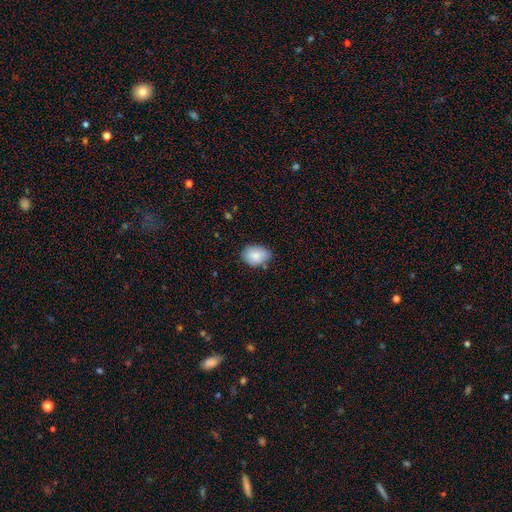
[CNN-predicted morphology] This appears to be a smooth galaxy with no disk features (84%) that is in between round and cigar-shaped (72%). Merging: none (68%).